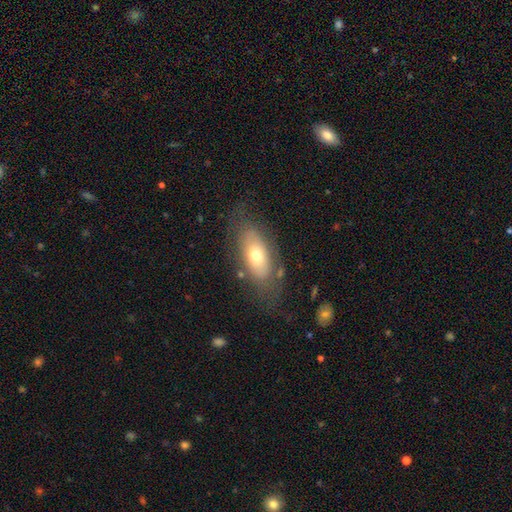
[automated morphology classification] Smooth or featured? smooth (57%)
How rounded? in between (86%)
Merging? none (70%)